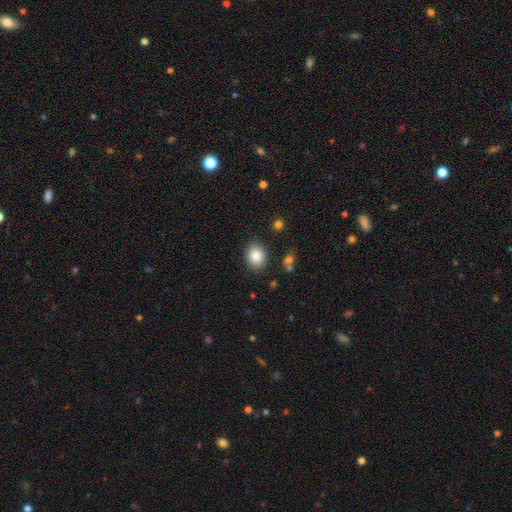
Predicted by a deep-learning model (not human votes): Q: Smooth or featured?
A: smooth (86%); runner-up: star or artifact (8%)
Q: How rounded?
A: in between (57%); runner-up: round (42%)
Q: Merging?
A: none (85%); runner-up: minor disturbance (10%)